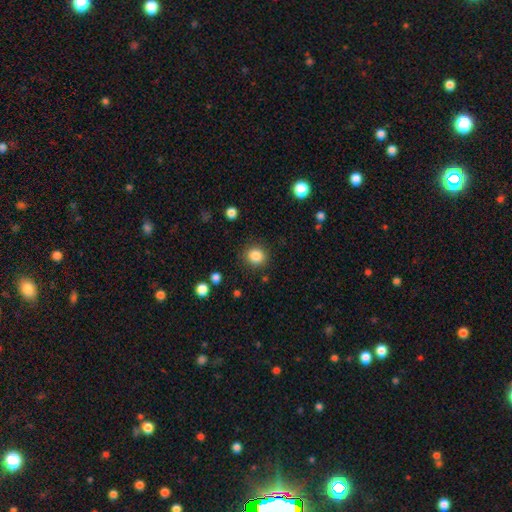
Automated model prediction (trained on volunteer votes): smooth 85%, star or artifact 10%, featured or disk 5%. Down the decision tree: how rounded — round (85%); merging — none (87%).